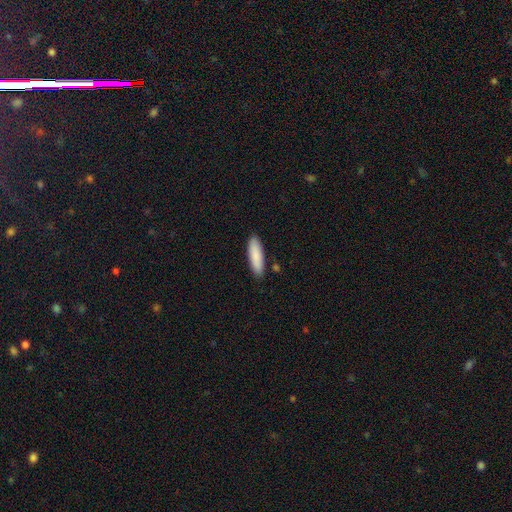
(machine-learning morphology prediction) A smooth galaxy with no disk features (87%) that is cigar-shaped (61%).

Vote fractions:
- Smooth or featured? smooth: 87% / featured or disk: 7% / star or artifact: 5%
- How rounded? cigar-shaped: 61% / in between: 37% / round: 1%
- Merging? none: 88% / minor disturbance: 9% / merger: 2% / major disturbance: 2%